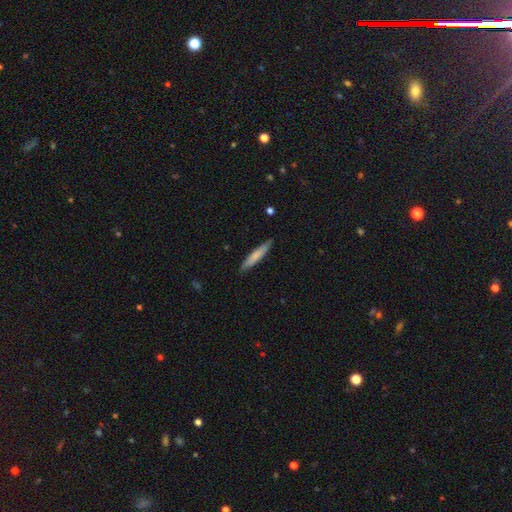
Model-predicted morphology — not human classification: Q: Smooth or featured?
A: smooth (72%); runner-up: featured or disk (22%)
Q: How rounded?
A: cigar-shaped (92%); runner-up: in between (7%)
Q: Merging?
A: none (87%); runner-up: minor disturbance (10%)